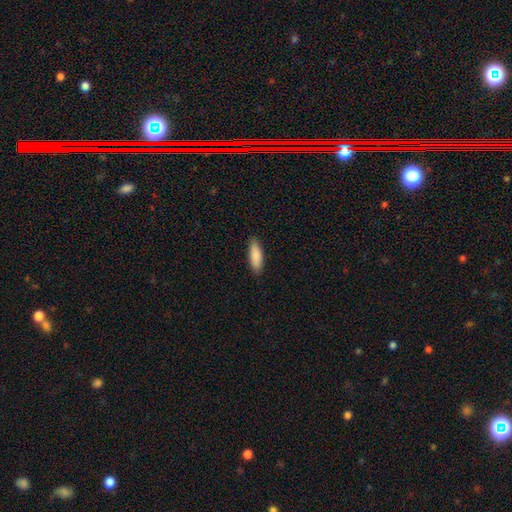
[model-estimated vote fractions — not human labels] smooth 88%, featured or disk 7%, star or artifact 5%. Down the decision tree: how rounded — in between (54%); merging — none (88%).